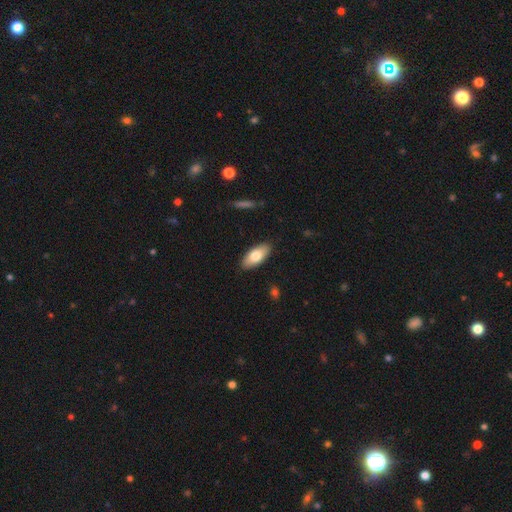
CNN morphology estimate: This appears to be a smooth galaxy with no disk features (77%) that is in between round and cigar-shaped (87%). Merging: none (89%).